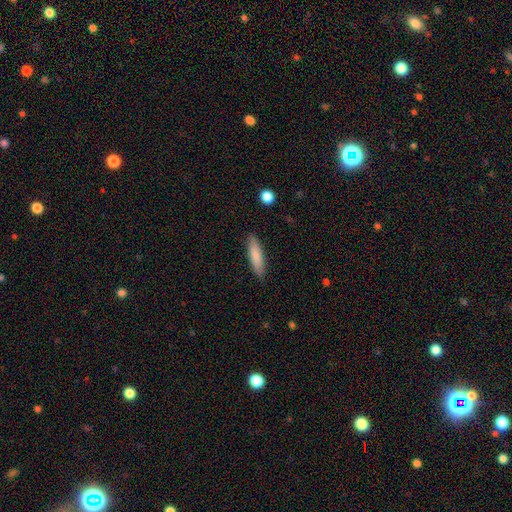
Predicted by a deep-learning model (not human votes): Q: Smooth or featured?
A: smooth (83%); runner-up: featured or disk (12%)
Q: How rounded?
A: cigar-shaped (73%); runner-up: in between (26%)
Q: Merging?
A: none (87%); runner-up: minor disturbance (10%)